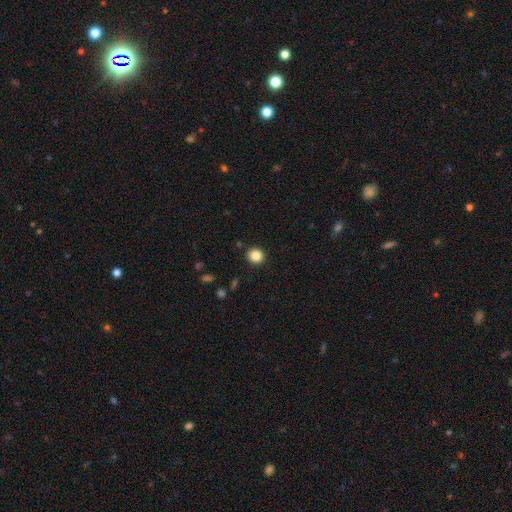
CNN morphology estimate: This is clearly a smooth galaxy (86%). How rounded: clearly round (87%). Merging: clearly none (91%).